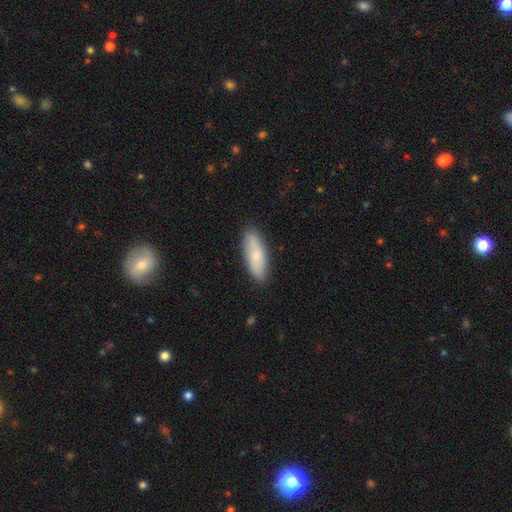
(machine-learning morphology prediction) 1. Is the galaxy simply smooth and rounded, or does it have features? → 75% smooth, 19% featured or disk, 6% star or artifact.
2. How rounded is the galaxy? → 59% in between, 39% cigar-shaped, 2% round.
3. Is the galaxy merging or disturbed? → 86% none, 11% minor disturbance, 2% major disturbance, 1% merger.